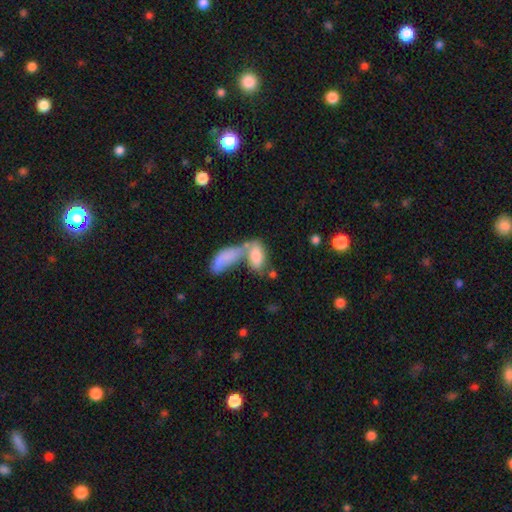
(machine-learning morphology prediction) This is likely a smooth galaxy (77%). How rounded: clearly in between (86%). Merging: possibly merger (56%).